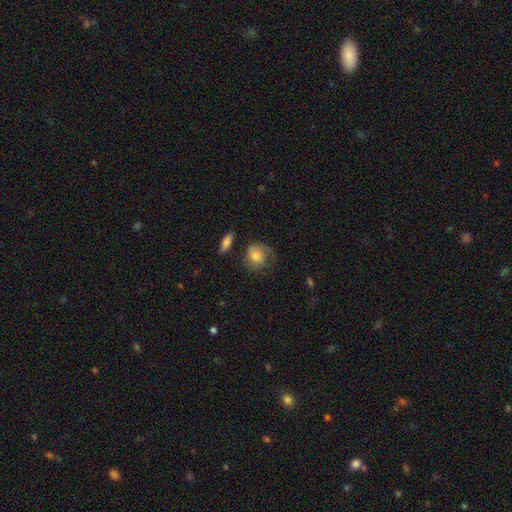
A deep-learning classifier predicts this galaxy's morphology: Smooth or featured? smooth (64%)
How rounded? round (73%)
Merging? none (52%)